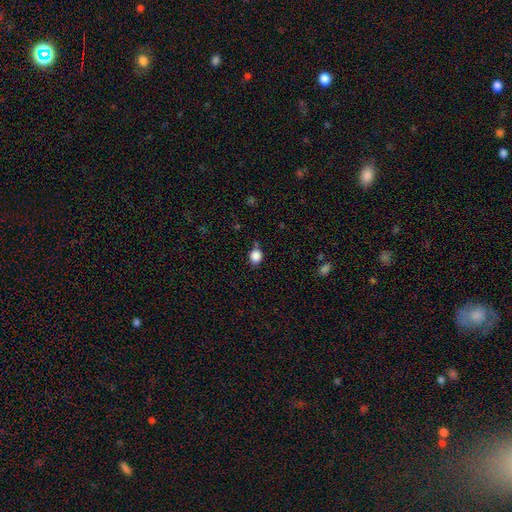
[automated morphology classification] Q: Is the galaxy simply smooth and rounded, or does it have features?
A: smooth — 86%.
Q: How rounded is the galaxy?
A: round — 71%.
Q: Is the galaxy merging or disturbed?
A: none — 75%.